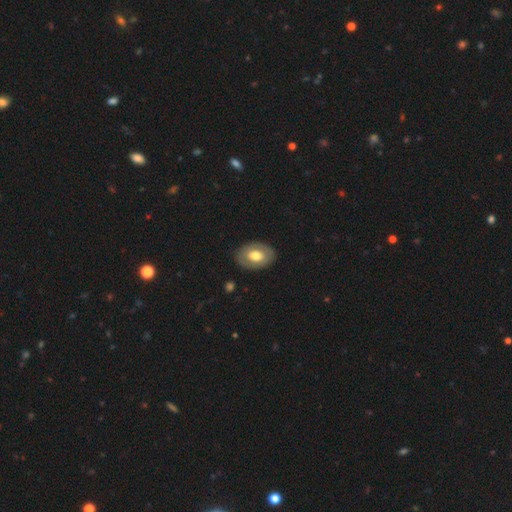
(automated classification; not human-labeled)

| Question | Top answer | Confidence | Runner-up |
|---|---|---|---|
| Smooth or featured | smooth | 57% | featured or disk (37%) |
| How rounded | in between | 84% | round (15%) |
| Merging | none | 84% | minor disturbance (11%) |